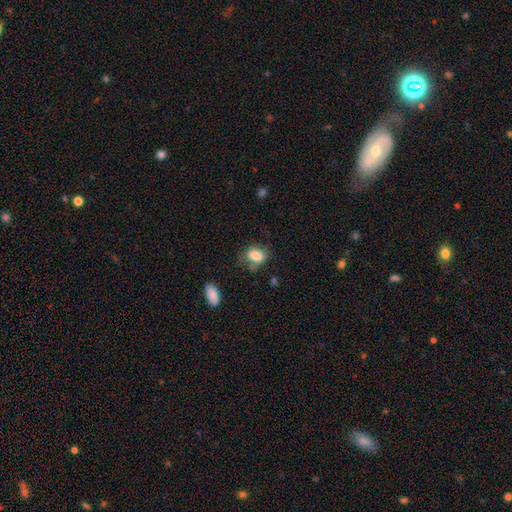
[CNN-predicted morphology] A smooth galaxy with no disk features (81%) that is in between round and cigar-shaped (78%).

Vote fractions:
- Smooth or featured? smooth: 81% / featured or disk: 10% / star or artifact: 8%
- How rounded? in between: 78% / round: 20% / cigar-shaped: 2%
- Merging? none: 58% / minor disturbance: 26% / major disturbance: 11% / merger: 5%